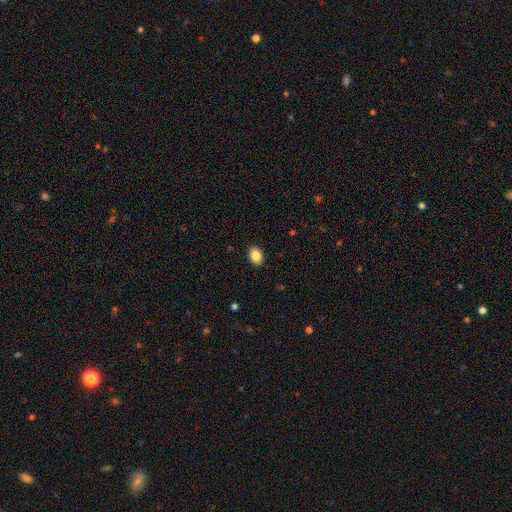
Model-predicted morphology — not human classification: Smooth or featured?
  - smooth: 86% *
  - star or artifact: 8%
  - featured or disk: 6%
How rounded?
  - in between: 79% *
  - round: 20%
  - cigar-shaped: 1%
Merging?
  - none: 90% *
  - minor disturbance: 8%
  - major disturbance: 2%
  - merger: 1%